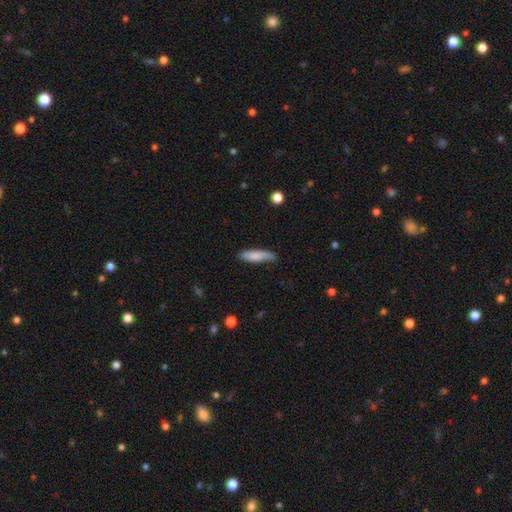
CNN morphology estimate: Smooth or featured?
  - smooth: 80% *
  - featured or disk: 14%
  - star or artifact: 6%
How rounded?
  - cigar-shaped: 61% *
  - in between: 37%
  - round: 2%
Merging?
  - none: 73% *
  - minor disturbance: 21%
  - major disturbance: 4%
  - merger: 2%